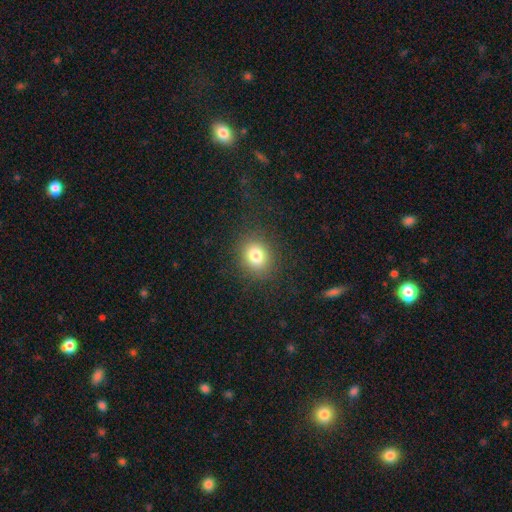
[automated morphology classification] Overall: smooth (80%). How rounded: round (68%; in between 31%). Merging: none (87%).